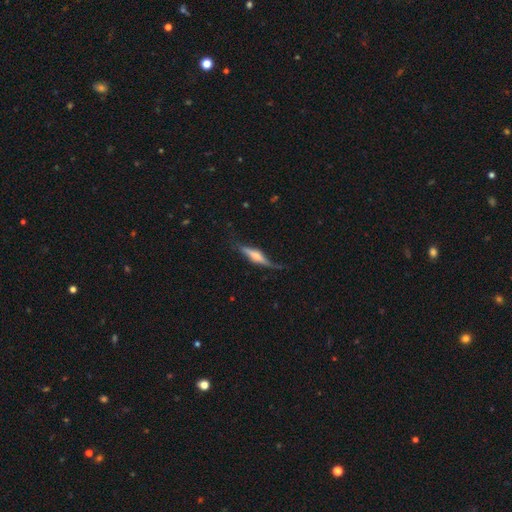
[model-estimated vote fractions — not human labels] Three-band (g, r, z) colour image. It shows a featured or disk galaxy (61%) viewed edge-on (89%) with a rounded central bulge (76%). Merging: none (59%).